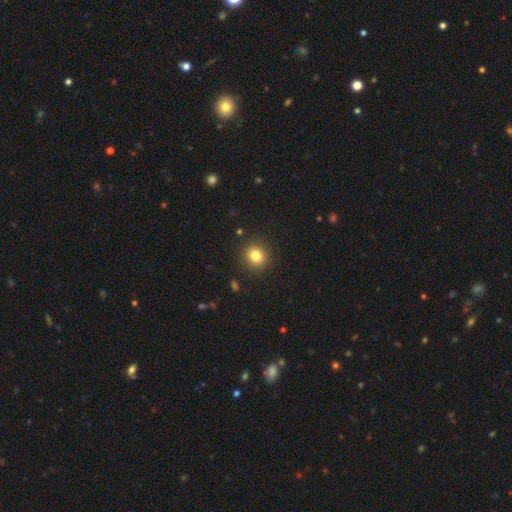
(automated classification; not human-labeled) Smooth or featured: smooth — 82% (star or artifact — 12%)
How rounded: round — 91% (in between — 8%)
Merging: none — 90% (minor disturbance — 6%)